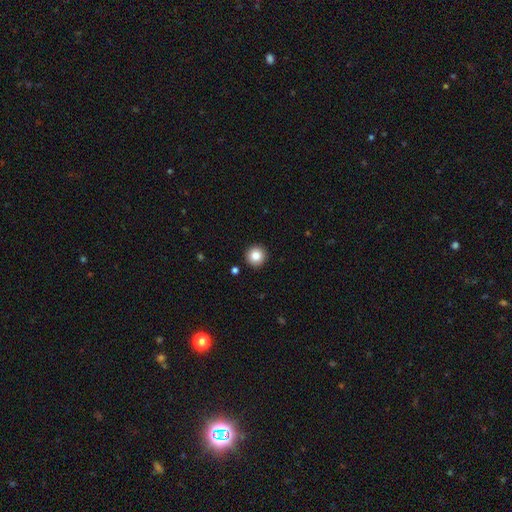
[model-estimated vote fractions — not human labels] This appears to be a smooth galaxy with no disk features (83%) that is round (96%). Merging: none (93%).